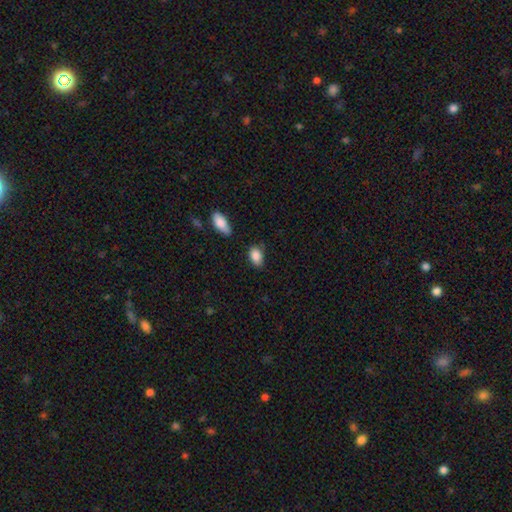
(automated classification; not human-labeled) The model was most divided on "merging": none: 71%, minor disturbance: 21%, merger: 4%, major disturbance: 4%. More confident: smooth or featured — smooth (87%); how rounded — in between (85%).